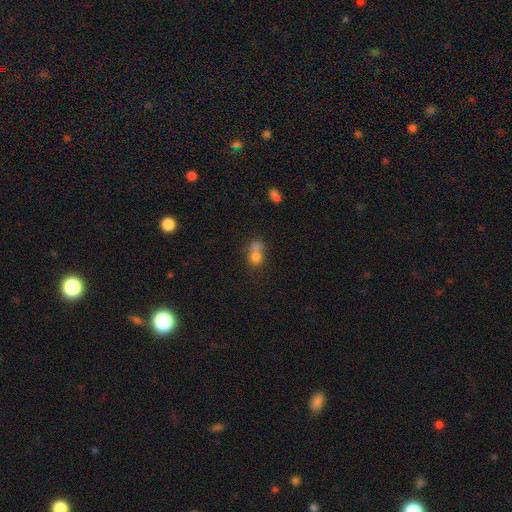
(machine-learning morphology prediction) Overall: smooth (71%). How rounded: round (57%; in between 41%). Merging: merger (49%; none 31%).